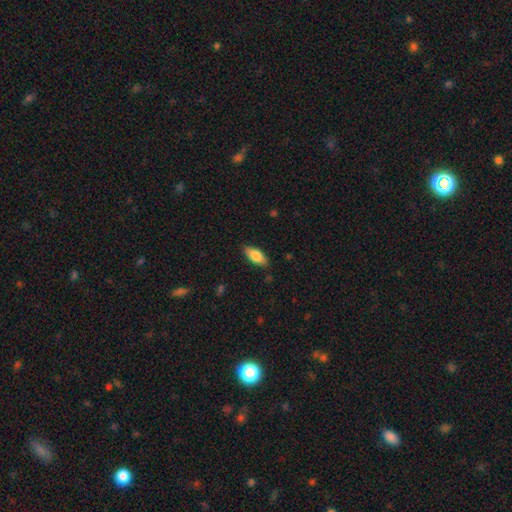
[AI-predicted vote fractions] smooth_or_featured: smooth (p=0.79) [alt: featured or disk p=0.15]
how_rounded: in between (p=0.84) [alt: cigar-shaped p=0.14]
merging: none (p=0.85) [alt: minor disturbance p=0.12]